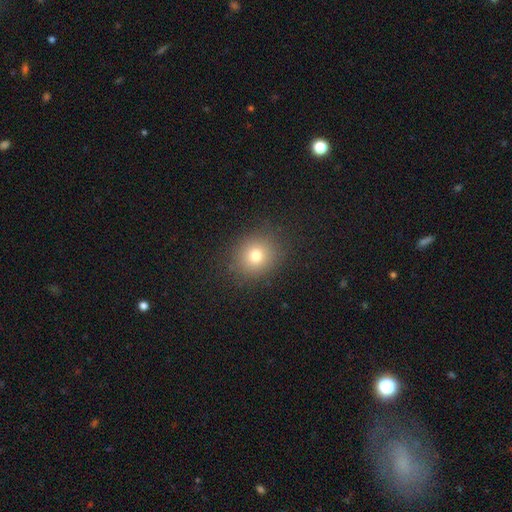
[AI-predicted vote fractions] Smooth or featured: smooth — 75% (star or artifact — 15%)
How rounded: round — 80% (in between — 19%)
Merging: none — 88% (minor disturbance — 8%)